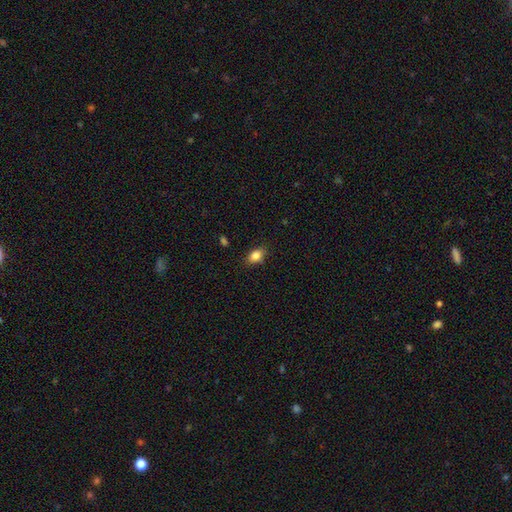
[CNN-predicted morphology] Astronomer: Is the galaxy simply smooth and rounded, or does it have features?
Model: smooth — 85%.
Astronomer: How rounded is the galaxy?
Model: in between — 80%.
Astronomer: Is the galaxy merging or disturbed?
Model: none — 85%.